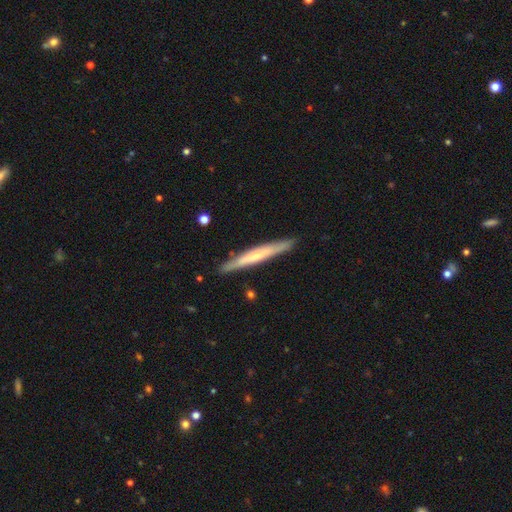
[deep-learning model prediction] The model was most divided on "smooth or featured": featured or disk: 51%, smooth: 43%, star or artifact: 5%. More confident: edge-on disk — yes (94%); merging — none (88%).